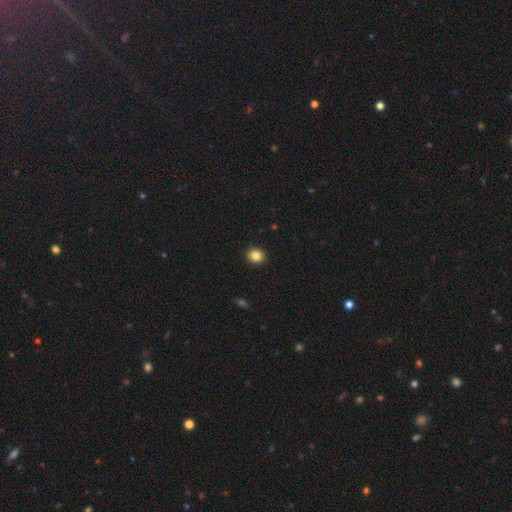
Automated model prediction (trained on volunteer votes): This appears to be a smooth galaxy with no disk features (84%) that is round (76%). Merging: none (92%).